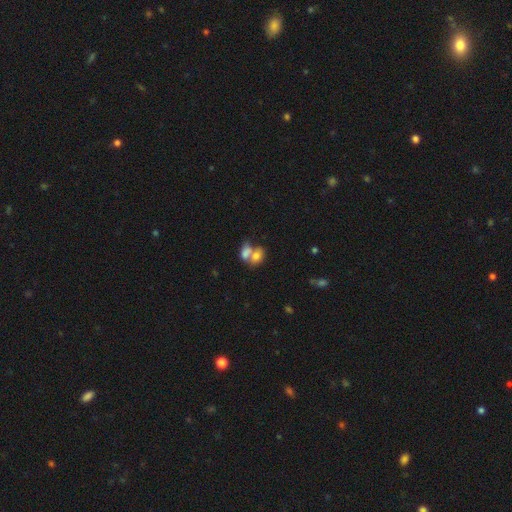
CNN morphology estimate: Overall: smooth (74%). How rounded: in between (78%). Merging: merger (67%).